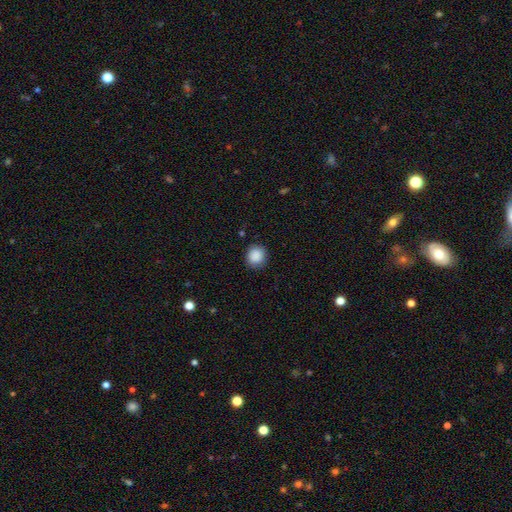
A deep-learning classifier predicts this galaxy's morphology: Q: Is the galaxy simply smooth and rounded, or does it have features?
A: smooth — 89%.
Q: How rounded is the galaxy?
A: round — 84%.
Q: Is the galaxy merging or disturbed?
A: none — 86%.